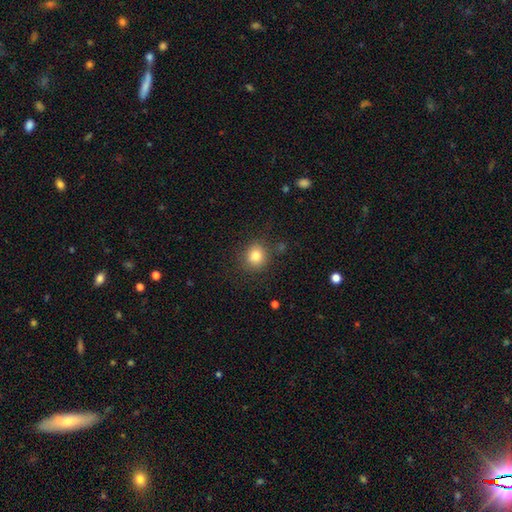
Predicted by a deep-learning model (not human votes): This is clearly a smooth galaxy (81%). How rounded: clearly round (86%). Merging: clearly none (86%).